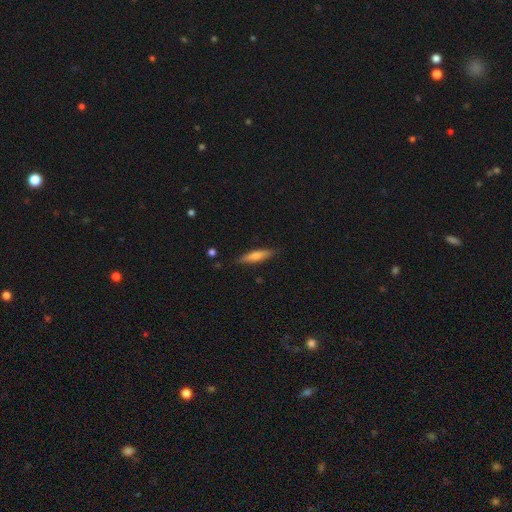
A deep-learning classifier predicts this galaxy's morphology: smooth 64%, featured or disk 30%, star or artifact 6%. Down the decision tree: how rounded — cigar-shaped (79%); merging — none (87%).